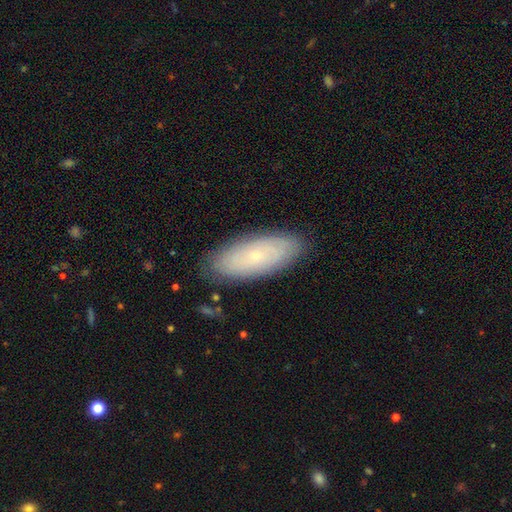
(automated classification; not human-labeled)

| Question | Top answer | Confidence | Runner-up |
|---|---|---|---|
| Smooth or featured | smooth | 51% | featured or disk (41%) |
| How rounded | in between | 81% | cigar-shaped (16%) |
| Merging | none | 84% | minor disturbance (12%) |